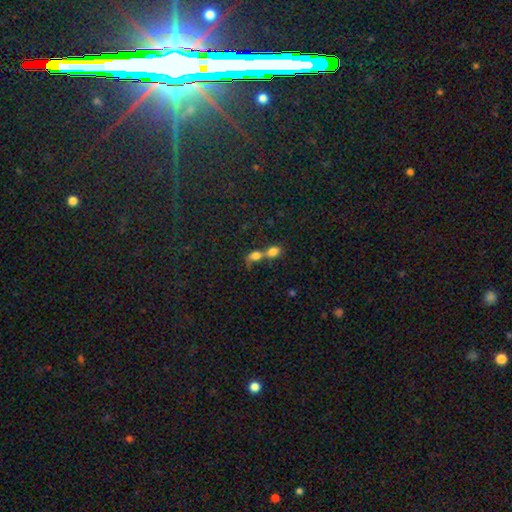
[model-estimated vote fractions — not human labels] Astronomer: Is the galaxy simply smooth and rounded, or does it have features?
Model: smooth — 71%.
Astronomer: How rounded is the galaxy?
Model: in between — 62%.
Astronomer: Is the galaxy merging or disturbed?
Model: merger — 75%.